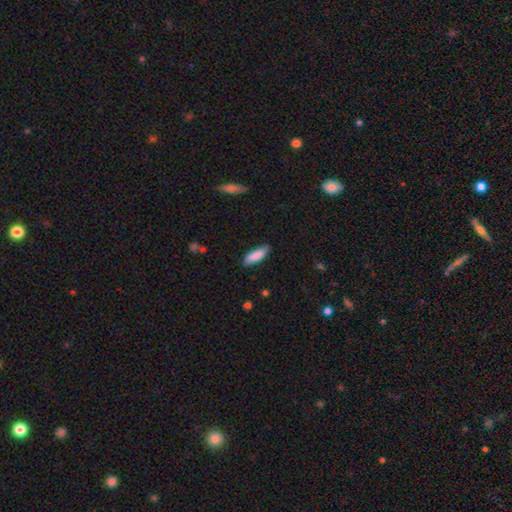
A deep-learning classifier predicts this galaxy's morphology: Smooth or featured? smooth (87%)
How rounded? in between (52%)
Merging? none (81%)